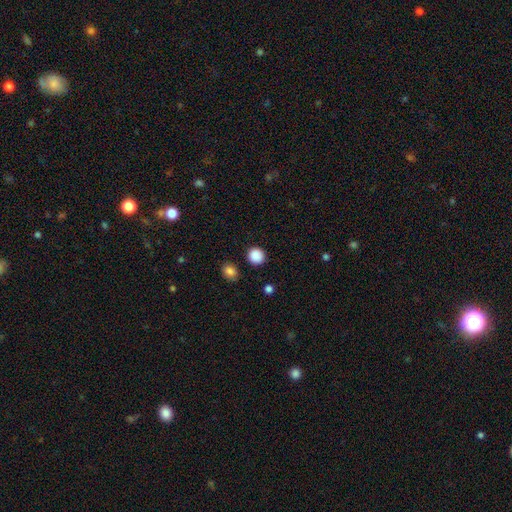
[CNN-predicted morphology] A smooth galaxy with no disk features (88%) that is round (91%).

Vote fractions:
- Smooth or featured? smooth: 88% / star or artifact: 9% / featured or disk: 3%
- How rounded? round: 91% / in between: 8% / cigar-shaped: 1%
- Merging? none: 90% / minor disturbance: 6% / major disturbance: 2% / merger: 2%